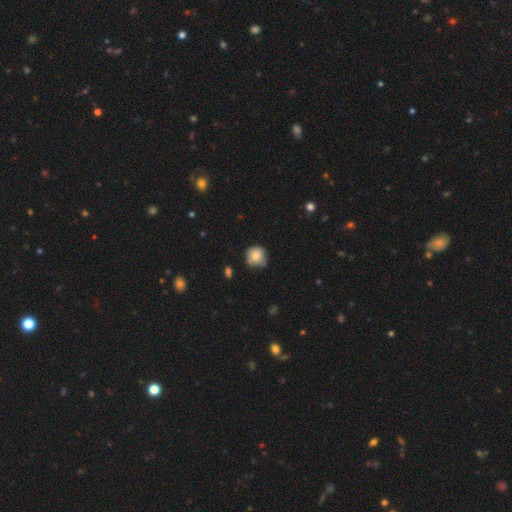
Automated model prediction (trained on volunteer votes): This appears to be a smooth galaxy with no disk features (80%) that is round (92%). Merging: none (65%).